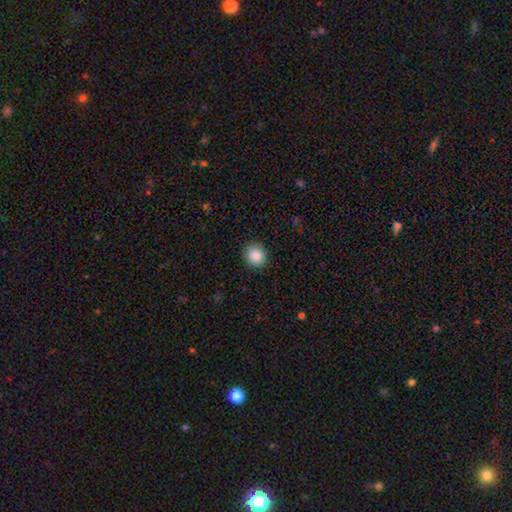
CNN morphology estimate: Smooth or featured?
  - smooth: 88% *
  - star or artifact: 8%
  - featured or disk: 4%
How rounded?
  - round: 78% *
  - in between: 21%
  - cigar-shaped: 1%
Merging?
  - none: 89% *
  - minor disturbance: 8%
  - major disturbance: 2%
  - merger: 1%